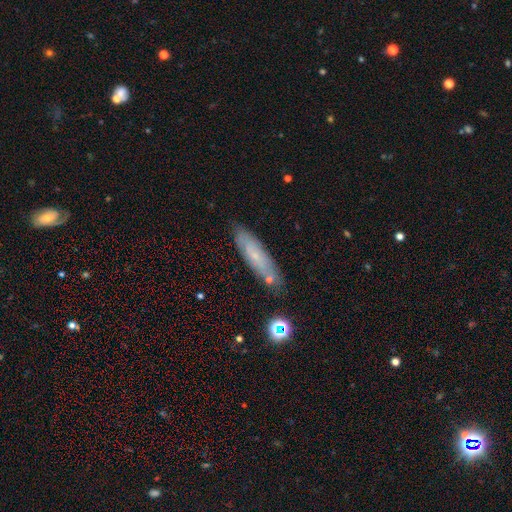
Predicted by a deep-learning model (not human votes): Smooth or featured? smooth (51%)
How rounded? cigar-shaped (71%)
Merging? none (78%)